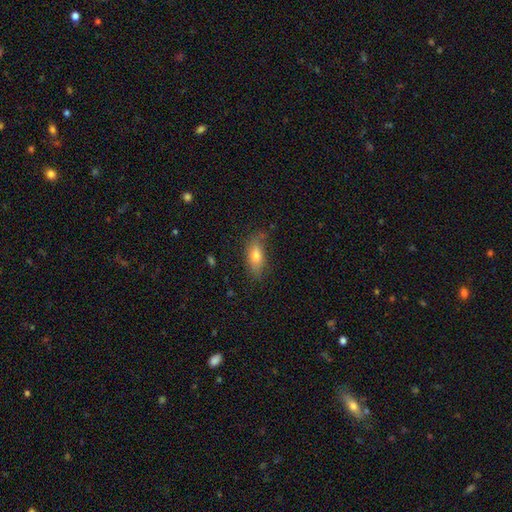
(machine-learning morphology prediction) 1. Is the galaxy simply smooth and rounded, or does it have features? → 73% smooth, 19% featured or disk, 8% star or artifact.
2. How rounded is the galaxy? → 79% in between, 16% cigar-shaped, 5% round.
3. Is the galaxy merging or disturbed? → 73% none, 20% minor disturbance, 4% major disturbance, 2% merger.